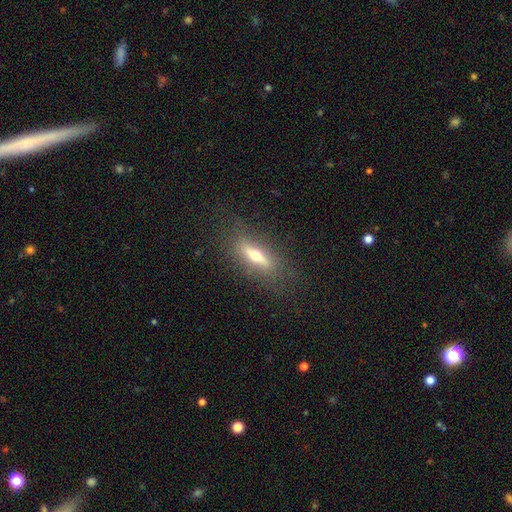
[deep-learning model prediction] Smooth or featured?
  - featured or disk: 51% *
  - smooth: 41%
  - star or artifact: 8%
Edge-on disk?
  - yes: 76% *
  - no: 24%
Merging?
  - none: 81% *
  - minor disturbance: 12%
  - major disturbance: 6%
  - merger: 1%